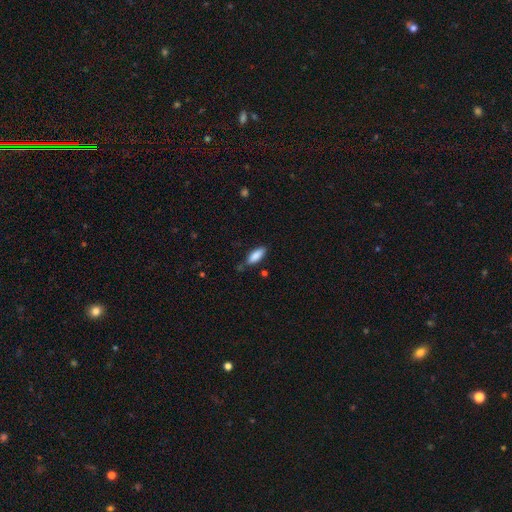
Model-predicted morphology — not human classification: Smooth or featured? smooth (87%)
How rounded? in between (71%)
Merging? none (75%)